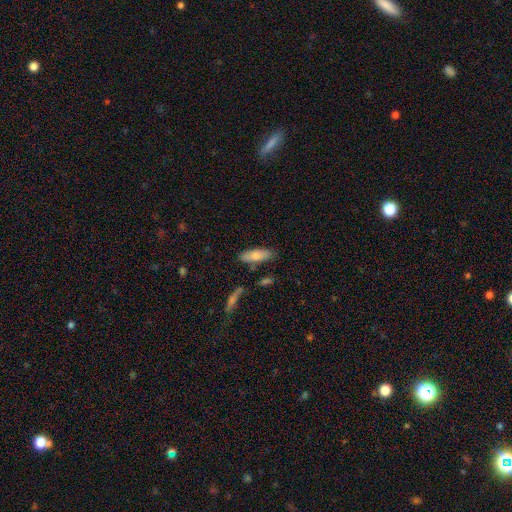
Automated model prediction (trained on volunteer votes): This appears to be a smooth galaxy with no disk features (77%) that is in between round and cigar-shaped (67%). Merging: none (77%).